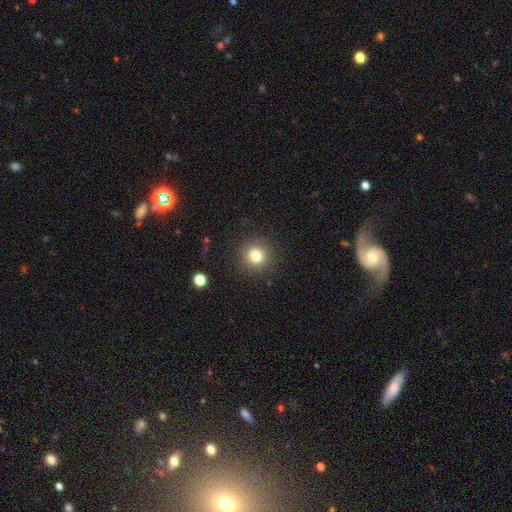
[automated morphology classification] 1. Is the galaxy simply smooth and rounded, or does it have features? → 80% smooth, 13% star or artifact, 7% featured or disk.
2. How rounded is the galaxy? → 95% round, 5% in between, 1% cigar-shaped.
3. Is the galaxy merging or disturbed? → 90% none, 6% minor disturbance, 3% major disturbance, 1% merger.